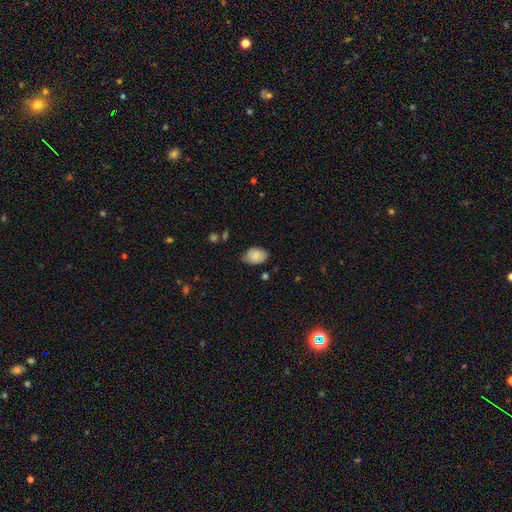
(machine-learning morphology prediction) Smooth or featured? smooth (78%)
How rounded? in between (83%)
Merging? none (69%)